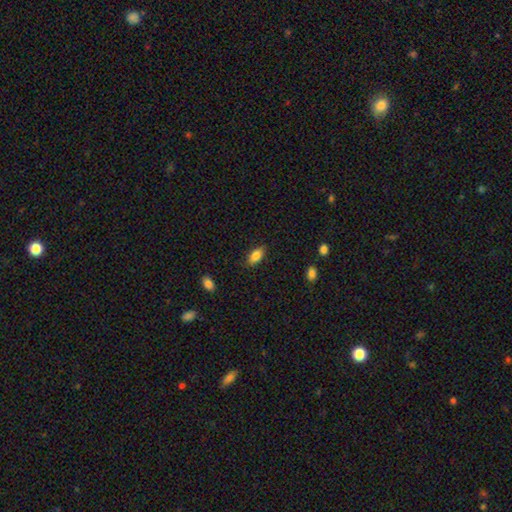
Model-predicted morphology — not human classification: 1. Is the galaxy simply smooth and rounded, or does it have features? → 85% smooth, 8% star or artifact, 7% featured or disk.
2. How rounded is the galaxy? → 90% in between, 5% cigar-shaped, 4% round.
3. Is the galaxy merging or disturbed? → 85% none, 11% minor disturbance, 3% major disturbance, 1% merger.